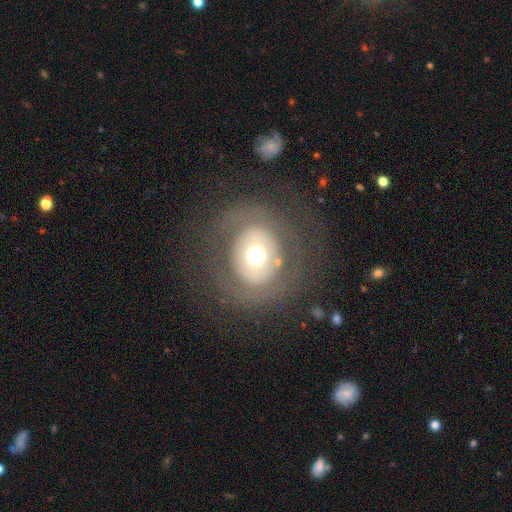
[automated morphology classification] type=smooth (48%); merging=none (76%).